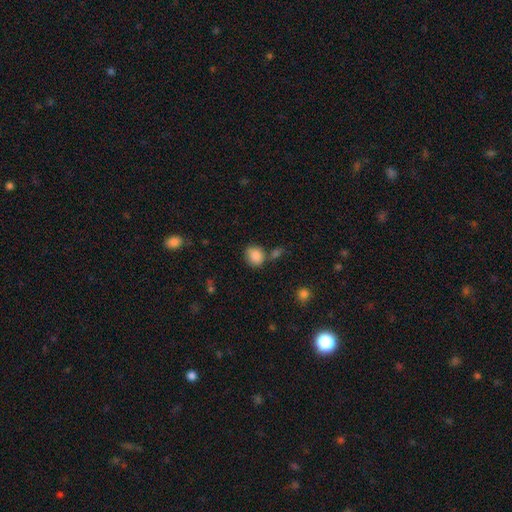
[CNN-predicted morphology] type=smooth (87%); roundness=round (65%); merging=none (62%).